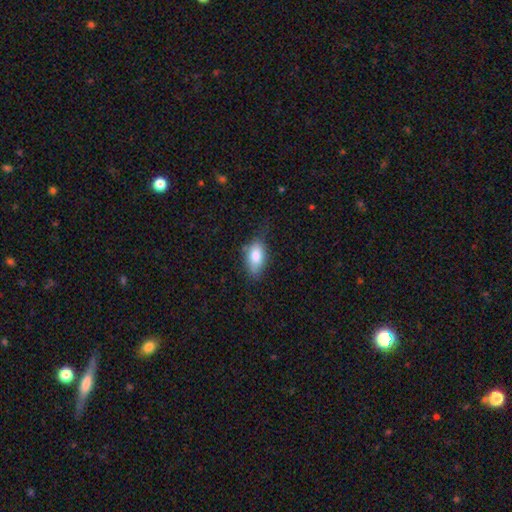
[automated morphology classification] The model was most divided on "merging": none: 61%, minor disturbance: 29%, major disturbance: 8%, merger: 2%. More confident: how rounded — in between (90%); smooth or featured — smooth (81%).